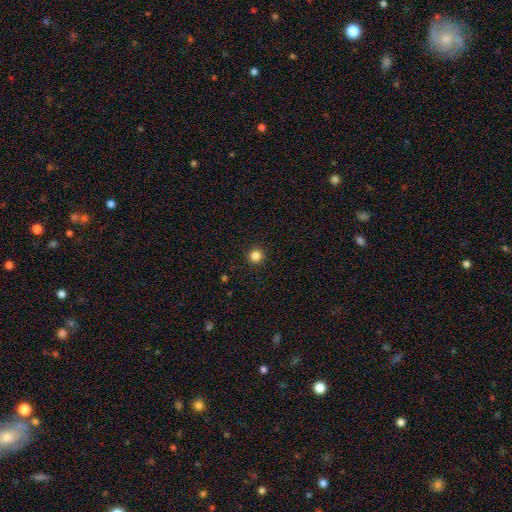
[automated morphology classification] smooth-or-featured: smooth: 84% | star or artifact: 12% | featured or disk: 4%
  how-rounded: round: 96% | in between: 3% | cigar-shaped: 1%
  merging: none: 93% | minor disturbance: 4% | major disturbance: 2% | merger: 1%